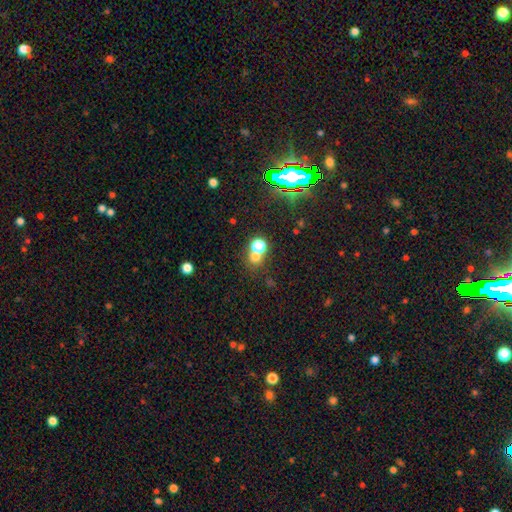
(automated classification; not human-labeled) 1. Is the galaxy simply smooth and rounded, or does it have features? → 63% smooth, 26% star or artifact, 11% featured or disk.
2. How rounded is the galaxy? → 79% round, 19% in between, 1% cigar-shaped.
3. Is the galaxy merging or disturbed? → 46% none, 44% merger, 6% minor disturbance, 4% major disturbance.